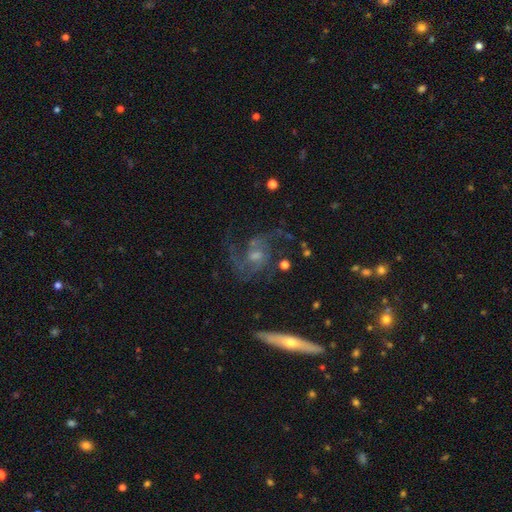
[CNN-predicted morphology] This is clearly a featured or disk galaxy (85%). It is clearly not viewed edge-on (93%). Bar: possibly no (58%). Spiral arm pattern: clearly yes (95%). Spiral arm count: likely 2 (69%). Spiral winding: possibly medium (51%). Central bulge: marginally moderate (44%). Merging: likely none (67%).